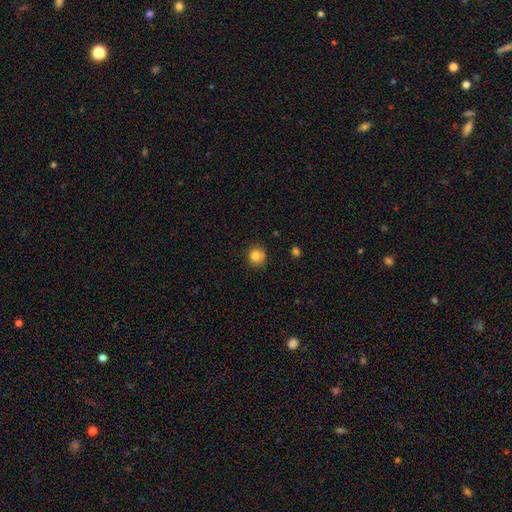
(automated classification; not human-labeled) smooth-or-featured: smooth: 82% | star or artifact: 11% | featured or disk: 7%
  how-rounded: round: 90% | in between: 9% | cigar-shaped: 1%
  merging: none: 77% | minor disturbance: 16% | merger: 4% | major disturbance: 3%